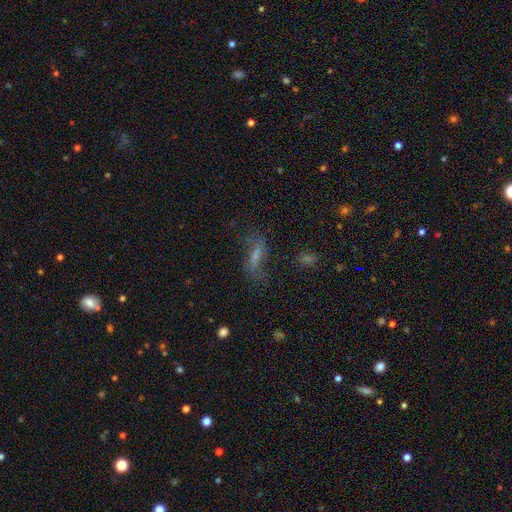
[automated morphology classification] The model was most divided on "smooth or featured": smooth: 44%, featured or disk: 40%, star or artifact: 15%. More confident: merging — none (59%).